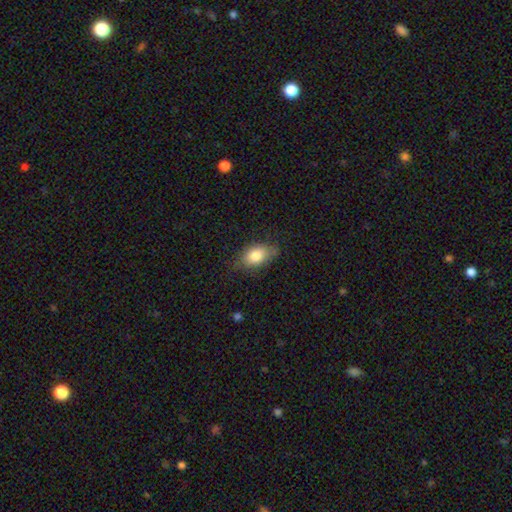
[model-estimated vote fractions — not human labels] Smooth or featured? Predicted: smooth (p=0.81). How rounded? Predicted: in between (p=0.88). Merging? Predicted: none (p=0.70).